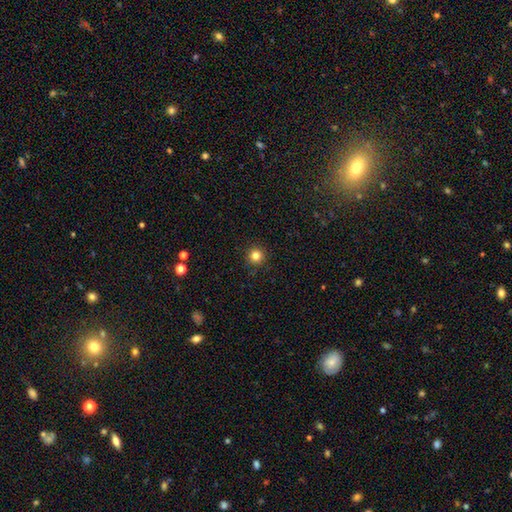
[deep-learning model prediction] Smooth or featured?
  - smooth: 82% *
  - star or artifact: 13%
  - featured or disk: 5%
How rounded?
  - round: 96% *
  - in between: 4%
  - cigar-shaped: 1%
Merging?
  - none: 92% *
  - minor disturbance: 6%
  - major disturbance: 2%
  - merger: 1%